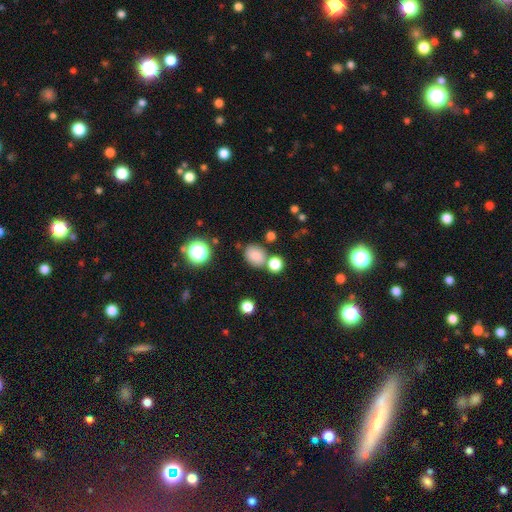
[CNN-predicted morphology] Overall: smooth (79%). How rounded: round (51%; in between 48%). Merging: none (67%).